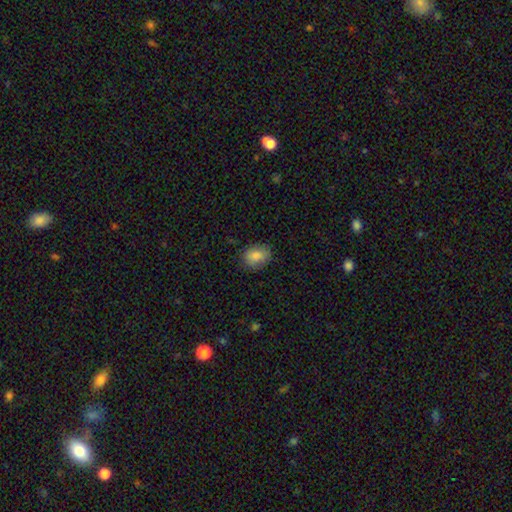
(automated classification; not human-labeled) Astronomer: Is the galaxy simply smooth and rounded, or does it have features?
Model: smooth — 85%.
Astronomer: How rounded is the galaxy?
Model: in between — 57% (runner-up: round, 42%).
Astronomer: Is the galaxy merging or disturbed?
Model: none — 80%.